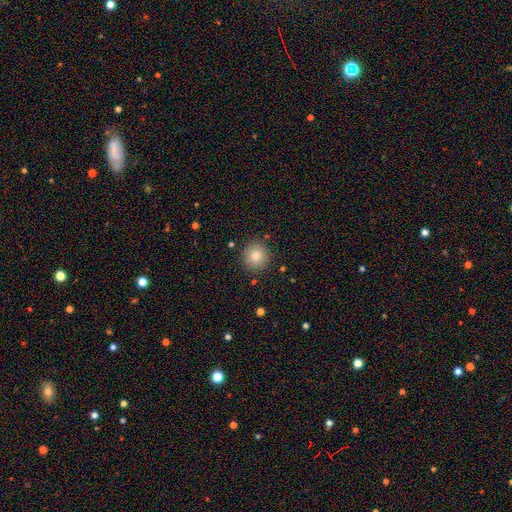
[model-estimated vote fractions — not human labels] Smooth or featured: smooth — 82% (star or artifact — 10%)
How rounded: round — 93% (in between — 7%)
Merging: none — 90% (minor disturbance — 7%)